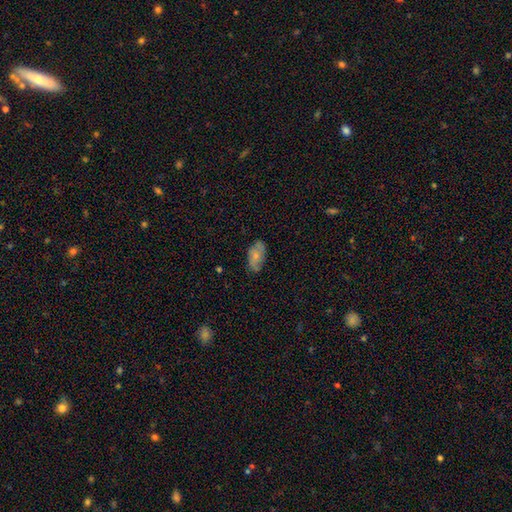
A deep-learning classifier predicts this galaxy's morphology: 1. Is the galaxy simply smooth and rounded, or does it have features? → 64% smooth, 29% featured or disk, 7% star or artifact.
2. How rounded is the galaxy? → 93% in between, 4% round, 3% cigar-shaped.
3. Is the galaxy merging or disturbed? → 74% none, 20% minor disturbance, 4% major disturbance, 1% merger.